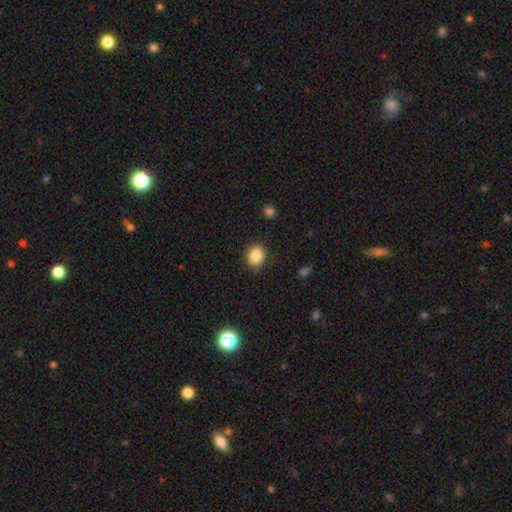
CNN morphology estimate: This is clearly a smooth galaxy (86%). How rounded: likely round (68%). Merging: clearly none (85%).